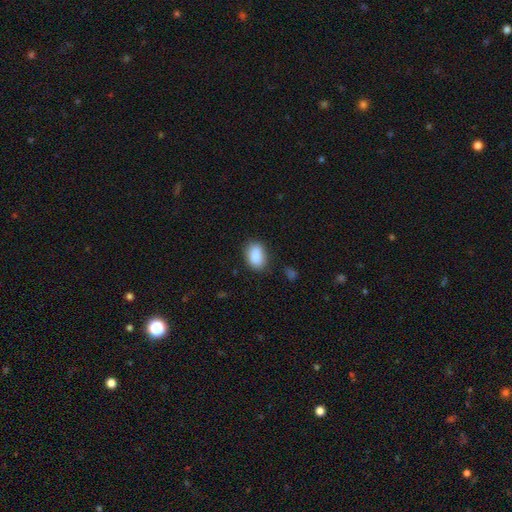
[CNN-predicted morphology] This is clearly a smooth galaxy (88%). How rounded: clearly in between (85%). Merging: likely none (80%).